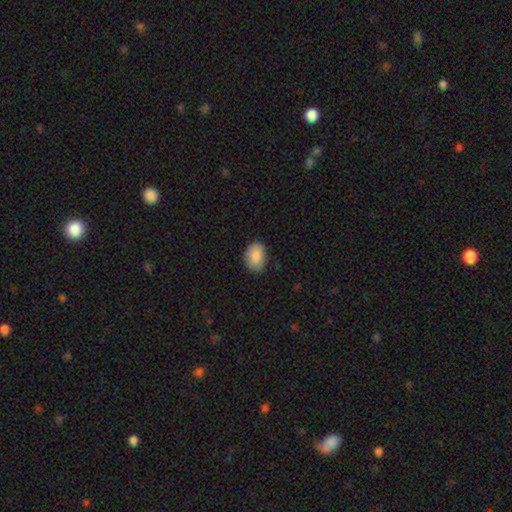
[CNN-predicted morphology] This is clearly a smooth galaxy (88%). How rounded: clearly in between (83%). Merging: clearly none (81%).